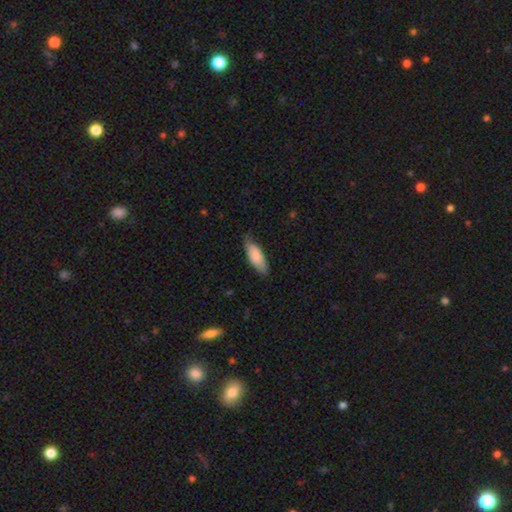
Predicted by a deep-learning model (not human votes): Smooth or featured? Predicted: smooth (p=0.80). How rounded? Predicted: in between (p=0.72). Merging? Predicted: none (p=0.72).